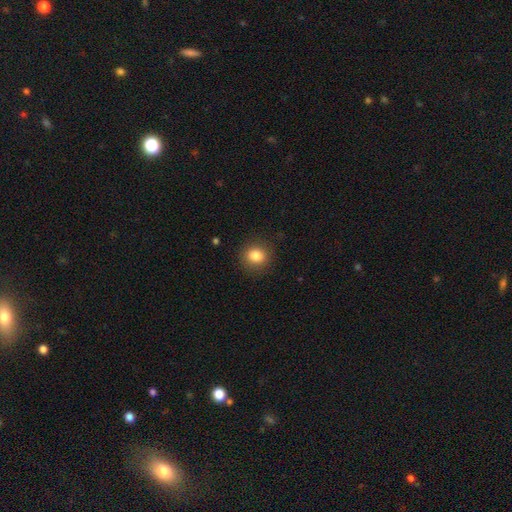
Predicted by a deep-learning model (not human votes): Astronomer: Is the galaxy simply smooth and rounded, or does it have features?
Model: smooth — 85%.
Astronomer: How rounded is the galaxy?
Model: round — 78%.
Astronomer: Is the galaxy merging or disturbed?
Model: none — 87%.